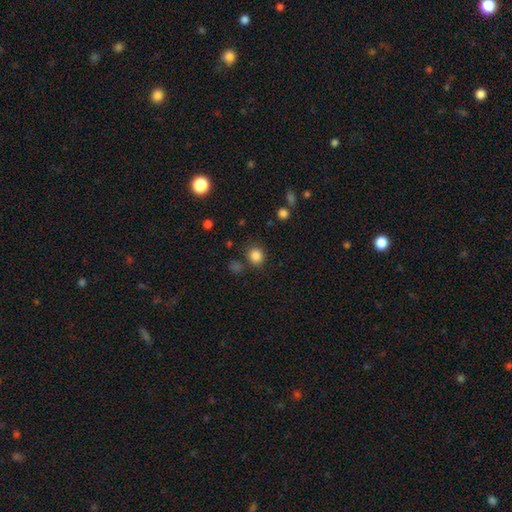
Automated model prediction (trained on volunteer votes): Q: Smooth or featured?
A: smooth (84%); runner-up: star or artifact (12%)
Q: How rounded?
A: round (85%); runner-up: in between (14%)
Q: Merging?
A: none (82%); runner-up: minor disturbance (9%)